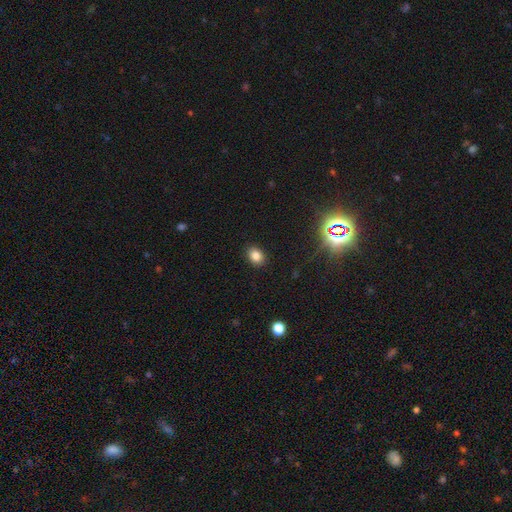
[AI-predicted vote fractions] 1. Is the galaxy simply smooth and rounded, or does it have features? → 83% smooth, 12% star or artifact, 5% featured or disk.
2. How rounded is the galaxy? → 63% in between, 36% round, 1% cigar-shaped.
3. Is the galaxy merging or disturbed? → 89% none, 8% minor disturbance, 2% major disturbance, 1% merger.